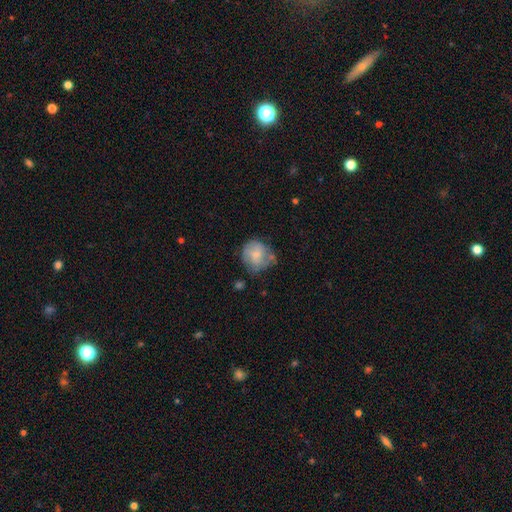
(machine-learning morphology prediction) Smooth or featured? smooth (56%)
How rounded? round (80%)
Merging? none (51%)